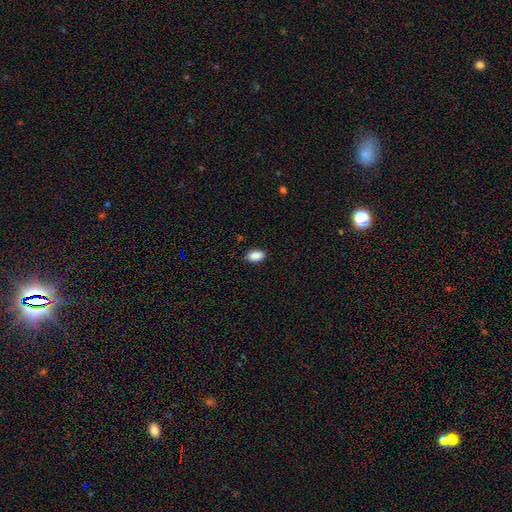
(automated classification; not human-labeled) smooth_or_featured: smooth (p=0.90) [alt: star or artifact p=0.07]
how_rounded: in between (p=0.92) [alt: round p=0.06]
merging: none (p=0.88) [alt: minor disturbance p=0.09]